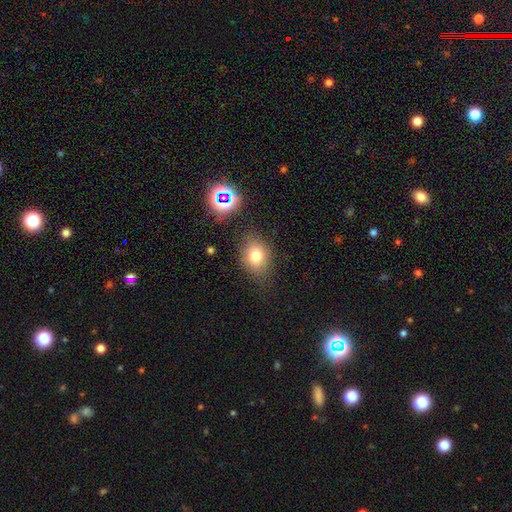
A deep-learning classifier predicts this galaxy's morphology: Smooth or featured?
  - smooth: 75% *
  - star or artifact: 14%
  - featured or disk: 10%
How rounded?
  - in between: 52% *
  - round: 46%
  - cigar-shaped: 1%
Merging?
  - none: 76% *
  - minor disturbance: 16%
  - major disturbance: 5%
  - merger: 3%